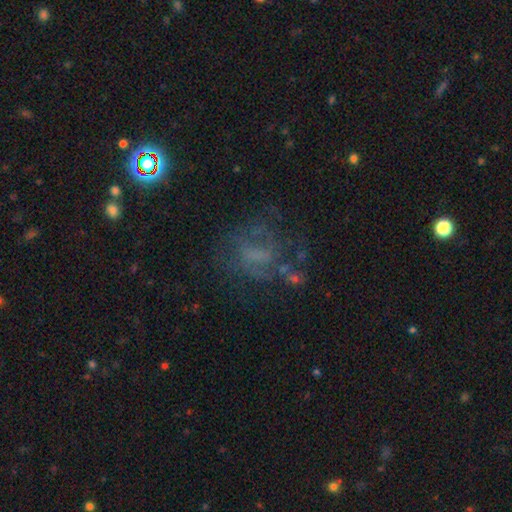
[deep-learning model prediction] Smooth or featured? featured or disk (47%)
Merging? none (52%)